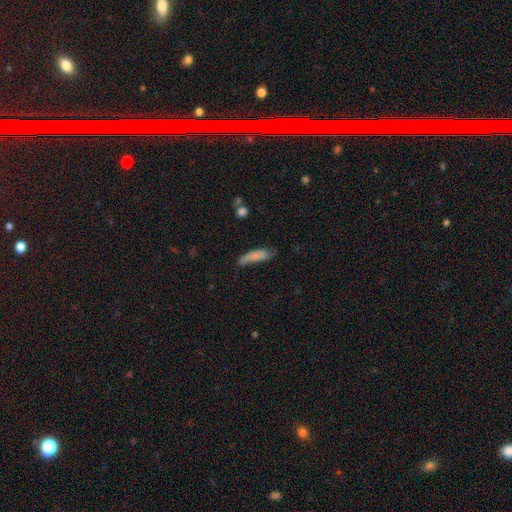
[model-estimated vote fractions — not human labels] Smooth or featured? Predicted: smooth (p=0.74). How rounded? Predicted: cigar-shaped (p=0.59). Merging? Predicted: none (p=0.47).